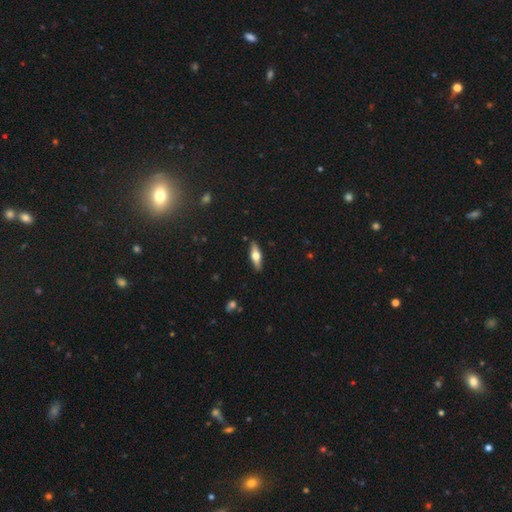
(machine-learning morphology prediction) smooth_or_featured: featured or disk (p=0.56) [alt: smooth p=0.38]
disk_edge_on: yes (p=0.93) [alt: no p=0.07]
edge_on_bulge: rounded (p=0.95) [alt: boxy p=0.04]
merging: none (p=0.90) [alt: minor disturbance p=0.08]